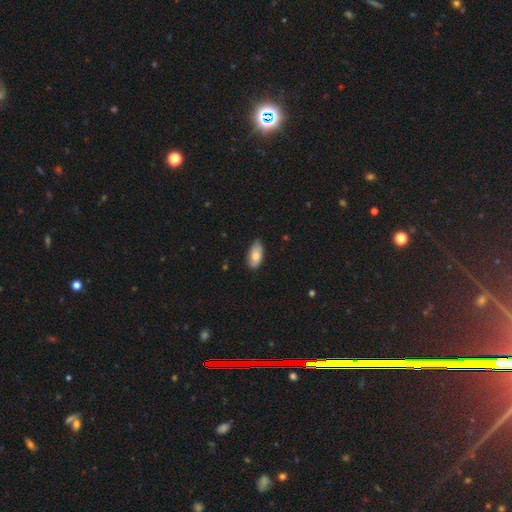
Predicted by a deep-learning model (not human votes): This is likely a smooth galaxy (79%). How rounded: clearly in between (93%). Merging: likely none (80%).